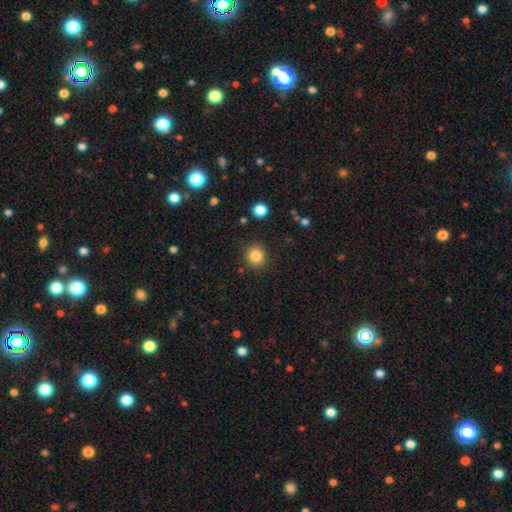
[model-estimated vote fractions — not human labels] This appears to be a smooth galaxy with no disk features (84%) that is round (83%). Merging: none (89%).